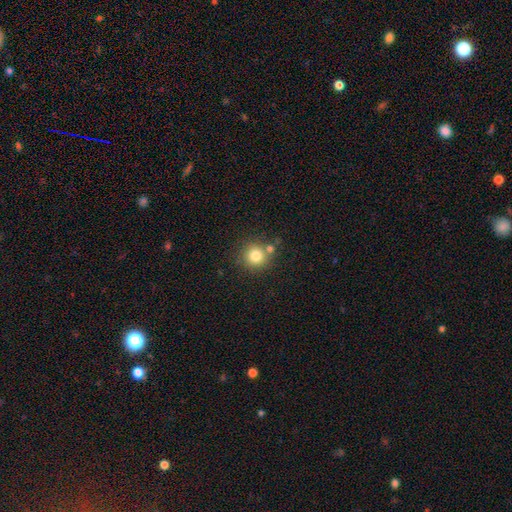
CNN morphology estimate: Smooth or featured: smooth — 81% (star or artifact — 11%)
How rounded: round — 92% (in between — 7%)
Merging: none — 72% (merger — 15%)